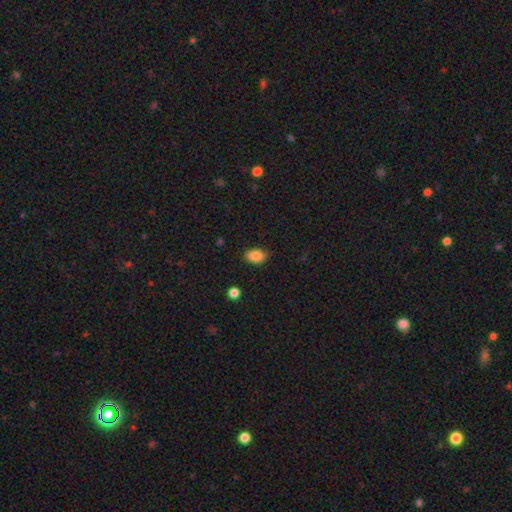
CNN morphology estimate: Smooth or featured: smooth — 84% (star or artifact — 9%)
How rounded: in between — 82% (round — 16%)
Merging: none — 80% (minor disturbance — 16%)